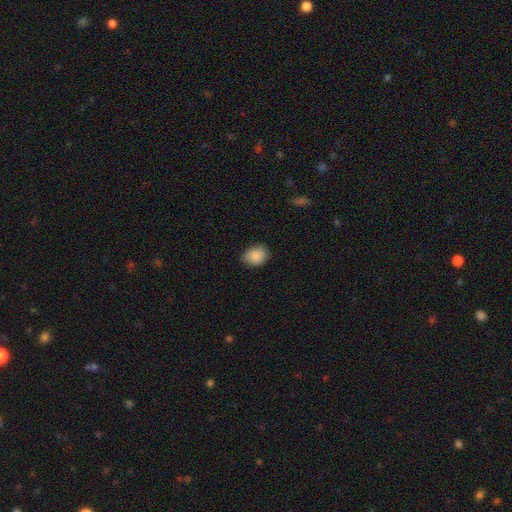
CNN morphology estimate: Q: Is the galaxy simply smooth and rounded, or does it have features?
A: smooth — 88%.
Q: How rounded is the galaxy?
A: in between — 58%.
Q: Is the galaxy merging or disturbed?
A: none — 79%.